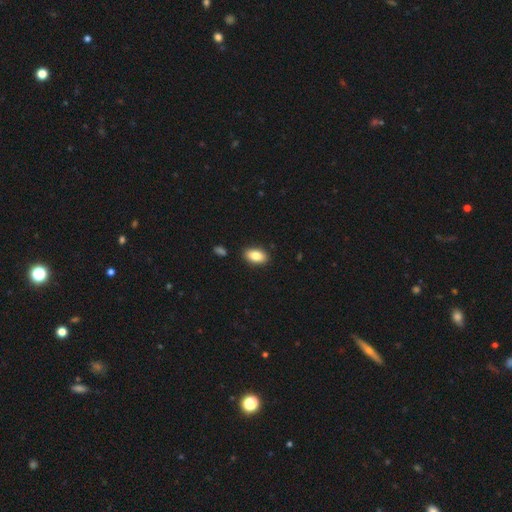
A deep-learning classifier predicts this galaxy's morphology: A smooth galaxy with no disk features (85%) that is in between round and cigar-shaped (92%).

Vote fractions:
- Smooth or featured? smooth: 85% / featured or disk: 8% / star or artifact: 7%
- How rounded? in between: 92% / round: 6% / cigar-shaped: 2%
- Merging? none: 89% / minor disturbance: 8% / major disturbance: 2% / merger: 2%